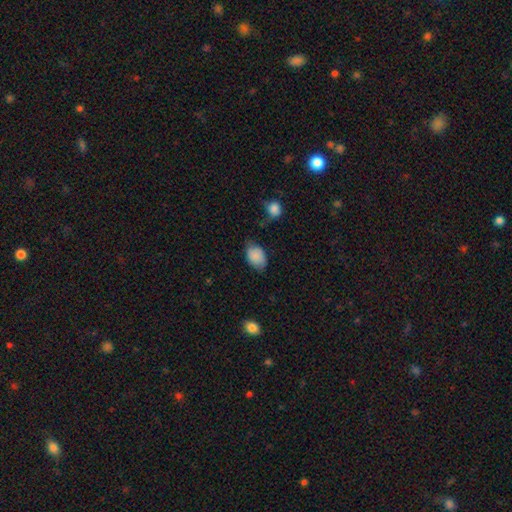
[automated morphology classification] This is clearly a smooth galaxy (85%). How rounded: clearly in between (85%). Merging: likely none (65%).